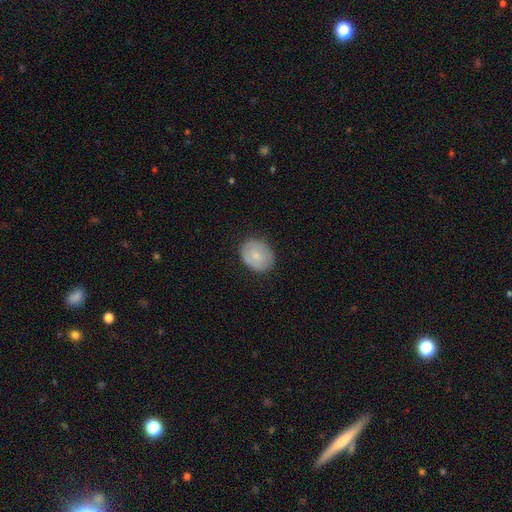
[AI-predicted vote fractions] smooth 70%, featured or disk 24%, star or artifact 7%. Down the decision tree: how rounded — in between (50%); merging — none (83%).